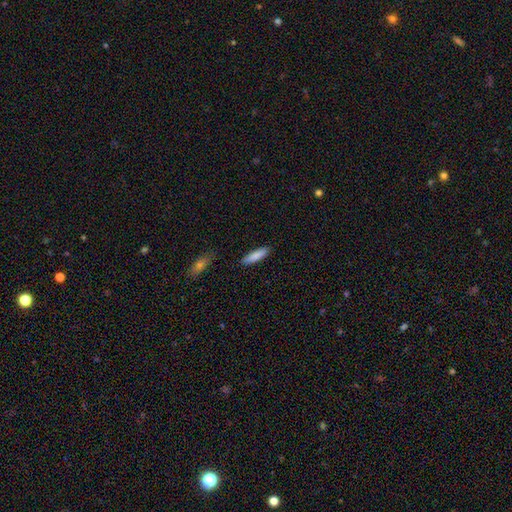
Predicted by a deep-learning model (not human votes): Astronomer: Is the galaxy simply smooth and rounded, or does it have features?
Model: smooth — 85%.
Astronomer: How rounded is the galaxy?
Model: cigar-shaped — 68%.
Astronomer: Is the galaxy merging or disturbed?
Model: none — 88%.